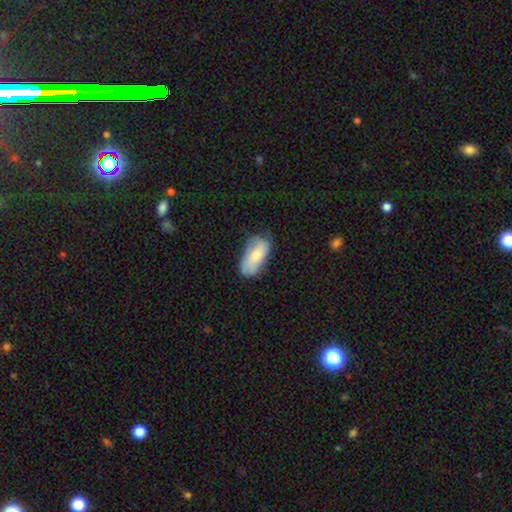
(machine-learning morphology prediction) Overall: smooth (70%). How rounded: in between (92%). Merging: none (53%; minor disturbance 33%).